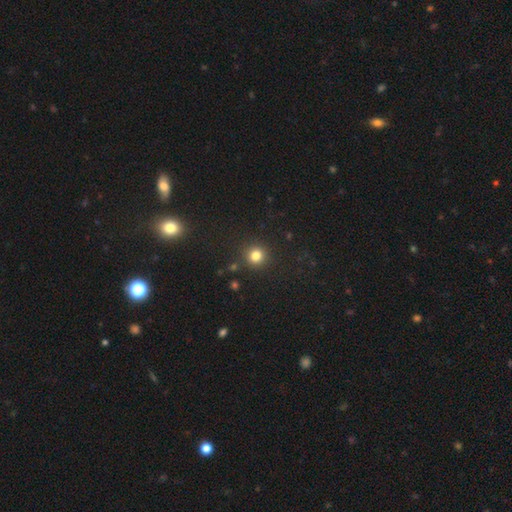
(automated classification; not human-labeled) Smooth or featured? smooth (82%)
How rounded? round (93%)
Merging? none (89%)